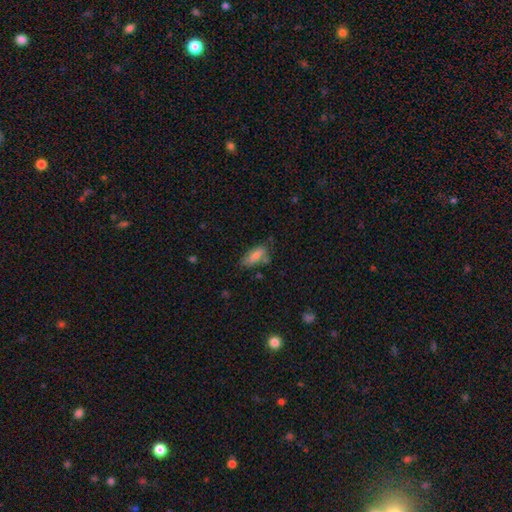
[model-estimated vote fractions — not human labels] Smooth or featured? Predicted: smooth (p=0.79). How rounded? Predicted: in between (p=0.77). Merging? Predicted: none (p=0.62).